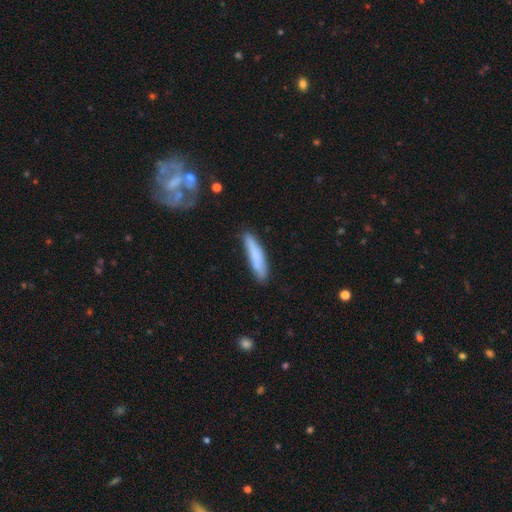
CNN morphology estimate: smooth-or-featured: smooth: 78% | featured or disk: 16% | star or artifact: 6%
  how-rounded: cigar-shaped: 87% | in between: 11% | round: 1%
  merging: none: 81% | minor disturbance: 14% | major disturbance: 3% | merger: 2%